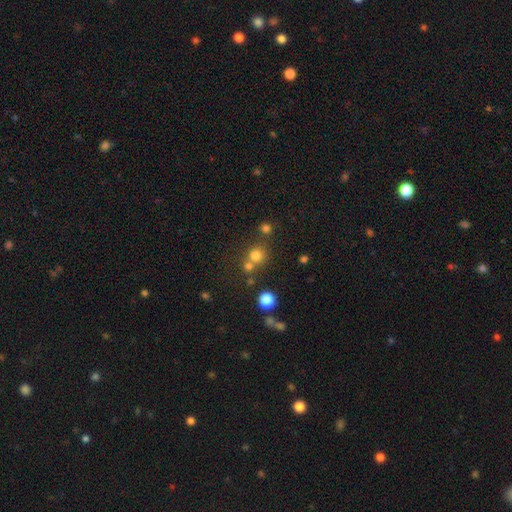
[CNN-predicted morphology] Smooth or featured? smooth (73%)
How rounded? round (89%)
Merging? none (60%)